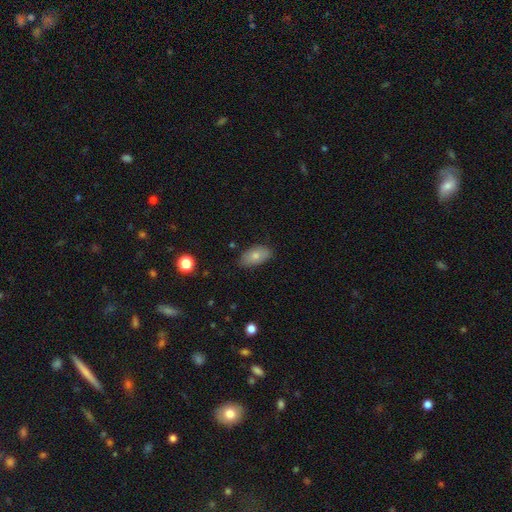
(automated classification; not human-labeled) Smooth or featured: smooth — 78% (featured or disk — 15%)
How rounded: in between — 92% (round — 5%)
Merging: none — 81% (minor disturbance — 15%)